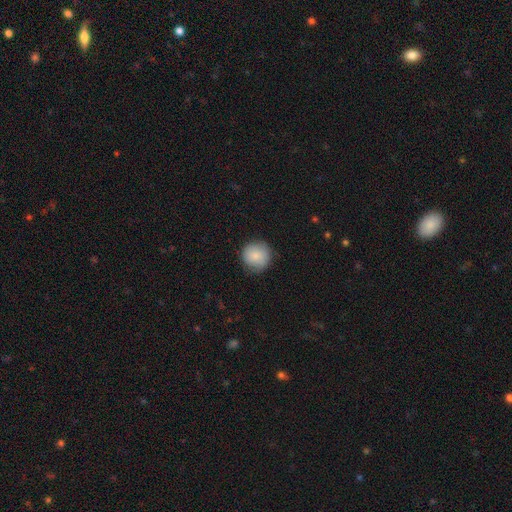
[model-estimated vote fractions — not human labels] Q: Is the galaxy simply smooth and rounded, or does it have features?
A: smooth — 86%.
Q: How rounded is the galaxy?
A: round — 93%.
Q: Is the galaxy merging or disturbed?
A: none — 83%.